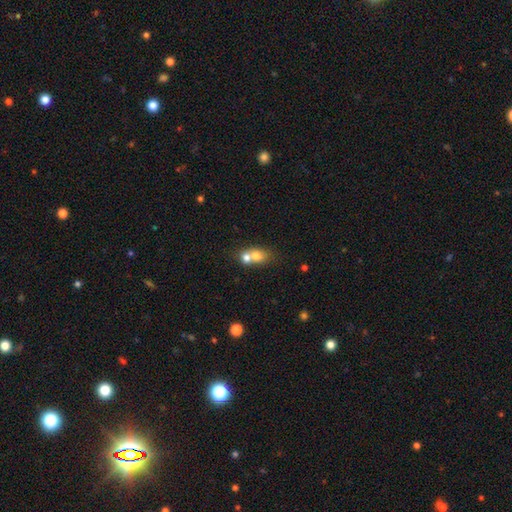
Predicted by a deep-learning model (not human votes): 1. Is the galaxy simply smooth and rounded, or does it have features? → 70% smooth, 20% featured or disk, 10% star or artifact.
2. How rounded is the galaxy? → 52% round, 46% in between, 2% cigar-shaped.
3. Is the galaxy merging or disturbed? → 65% merger, 26% none, 6% minor disturbance, 3% major disturbance.